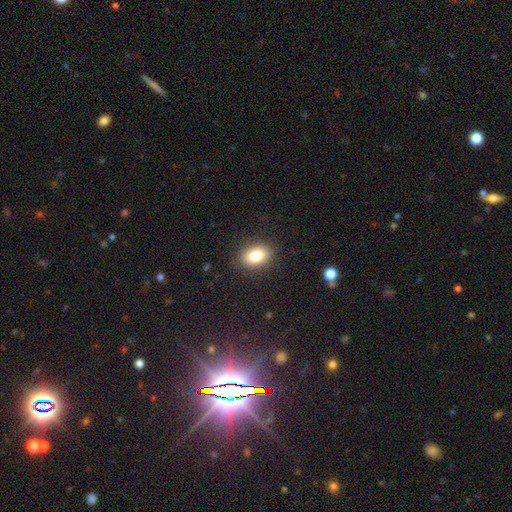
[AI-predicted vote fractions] smooth_or_featured: smooth (p=0.81) [alt: featured or disk p=0.09]
how_rounded: in between (p=0.79) [alt: round p=0.19]
merging: none (p=0.87) [alt: minor disturbance p=0.09]